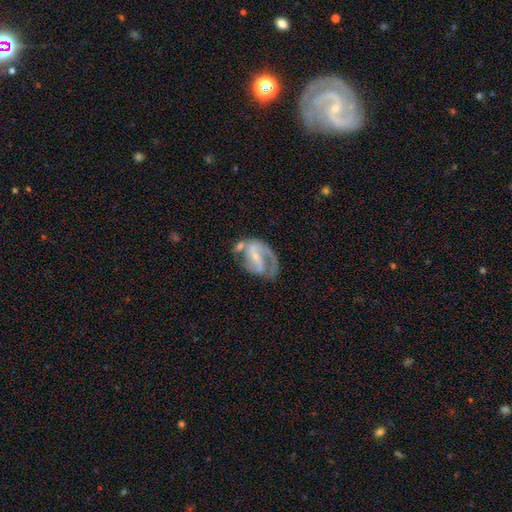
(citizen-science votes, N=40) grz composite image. It shows a featured or disk galaxy (88%) with a strong bar (51%), 2 (62%) tight (50%) spiral arms (91%) and a small central bulge (69%). Merging: none (46%).